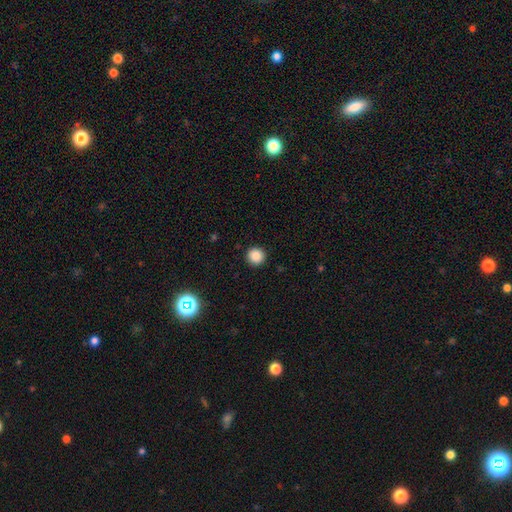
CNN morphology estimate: A smooth galaxy with no disk features (86%) that is round (95%). Merging: none (92%).